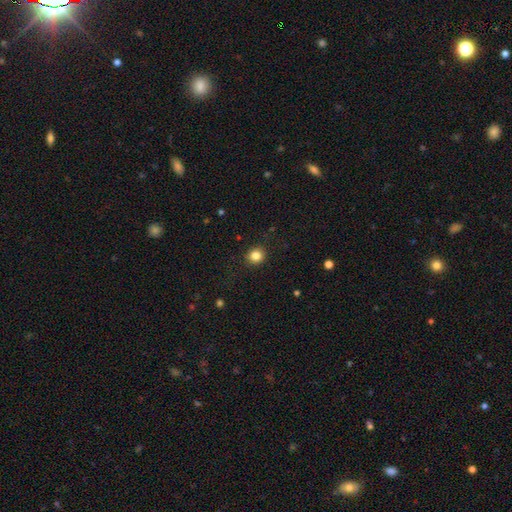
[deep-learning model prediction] smooth_or_featured: smooth (p=0.84) [alt: star or artifact p=0.11]
how_rounded: round (p=0.85) [alt: in between p=0.15]
merging: none (p=0.90) [alt: minor disturbance p=0.07]